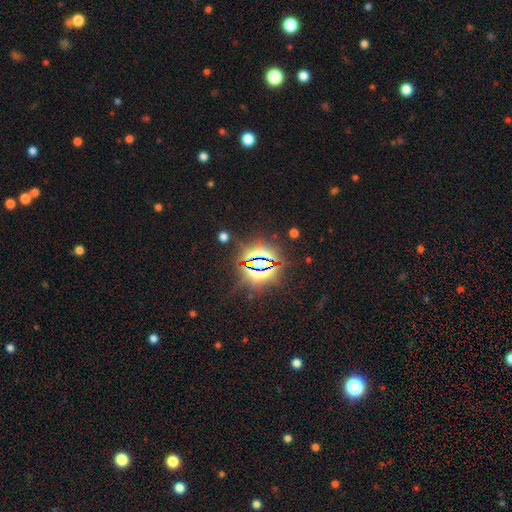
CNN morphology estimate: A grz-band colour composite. It shows a star or artifact, not a galaxy (84%).